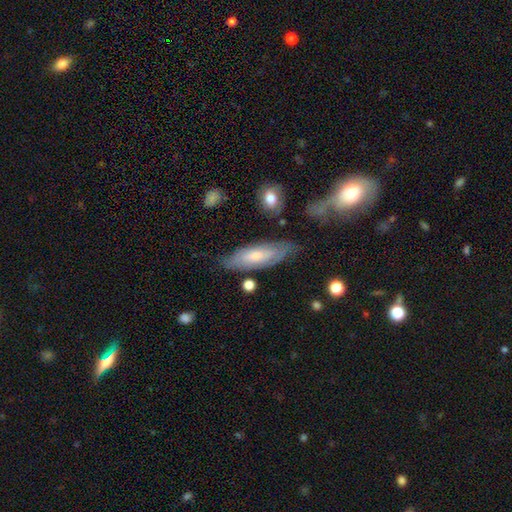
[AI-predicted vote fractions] This is possibly a featured or disk galaxy (51%). It is likely not viewed edge-on (70%). Merging: likely none (71%).